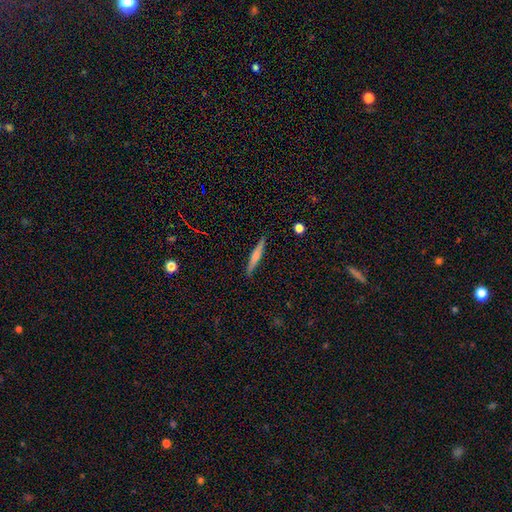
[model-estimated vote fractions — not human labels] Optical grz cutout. It shows a smooth galaxy with no disk features (55%) that is cigar-shaped (94%). Merging: none (89%).